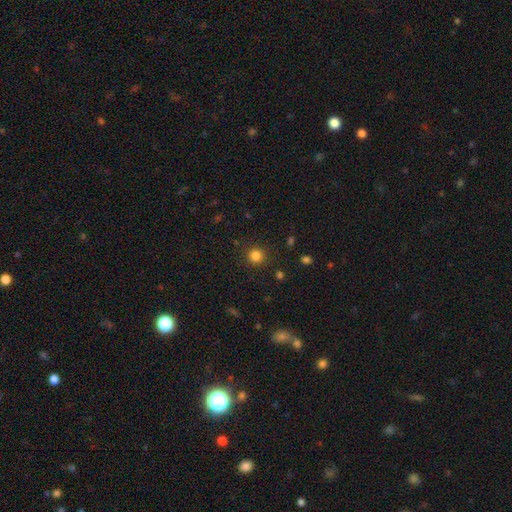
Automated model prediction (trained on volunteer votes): This is clearly a smooth galaxy (82%). How rounded: clearly round (93%). Merging: clearly none (90%).